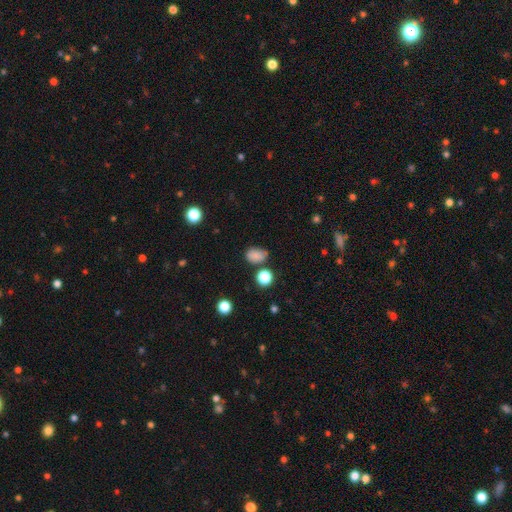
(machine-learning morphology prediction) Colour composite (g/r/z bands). It shows a smooth galaxy with no disk features (81%) that is in between round and cigar-shaped (75%). Merging: none (63%).